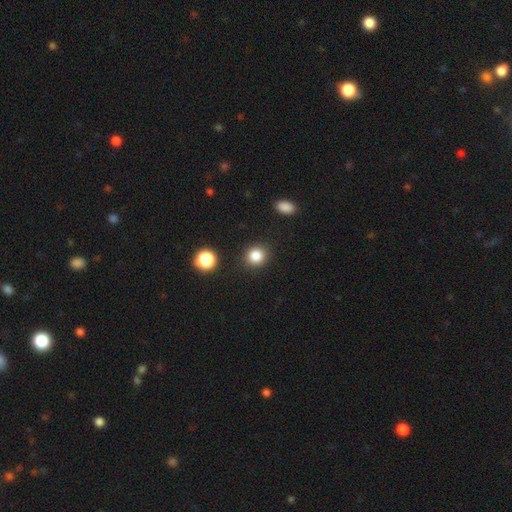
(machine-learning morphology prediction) smooth-or-featured: smooth: 84% | star or artifact: 12% | featured or disk: 4%
  how-rounded: round: 84% | in between: 15% | cigar-shaped: 1%
  merging: none: 87% | minor disturbance: 7% | major disturbance: 3% | merger: 3%